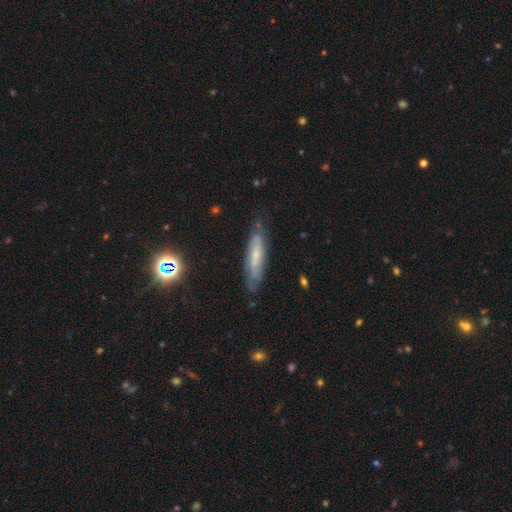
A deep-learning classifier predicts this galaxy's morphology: The model was most divided on "edge-on disk": no: 53%, yes: 47%. More confident: merging — none (71%); smooth or featured — featured or disk (55%).